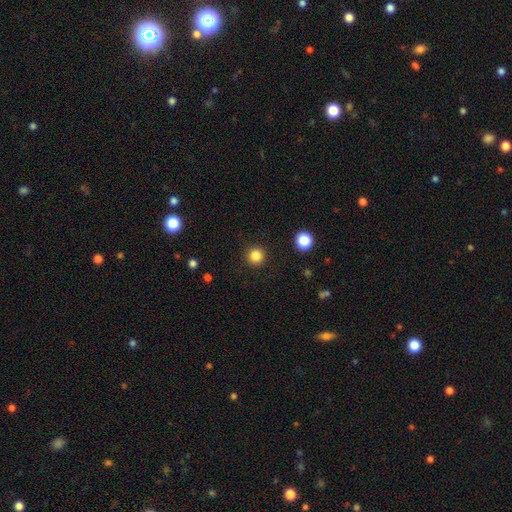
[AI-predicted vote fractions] smooth-or-featured: smooth: 83% | star or artifact: 13% | featured or disk: 4%
  how-rounded: round: 95% | in between: 4% | cigar-shaped: 1%
  merging: none: 92% | minor disturbance: 5% | major disturbance: 2% | merger: 1%